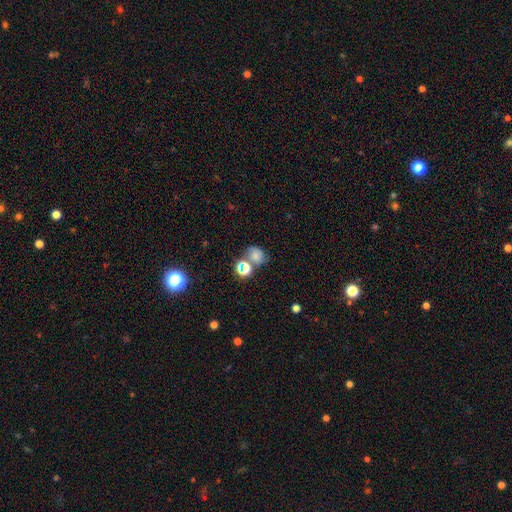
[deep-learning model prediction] smooth-or-featured: smooth: 63% | star or artifact: 20% | featured or disk: 16%
  how-rounded: round: 57% | in between: 42% | cigar-shaped: 1%
  merging: none: 46% | merger: 30% | minor disturbance: 15% | major disturbance: 8%